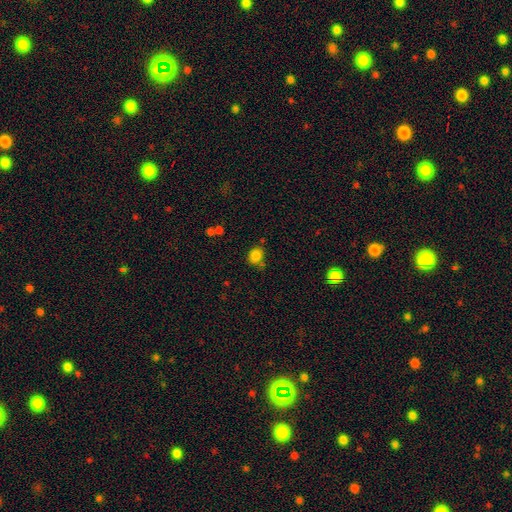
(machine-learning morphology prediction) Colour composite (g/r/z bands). It shows a smooth galaxy with no disk features (83%) that is round (54%). Merging: none (69%).